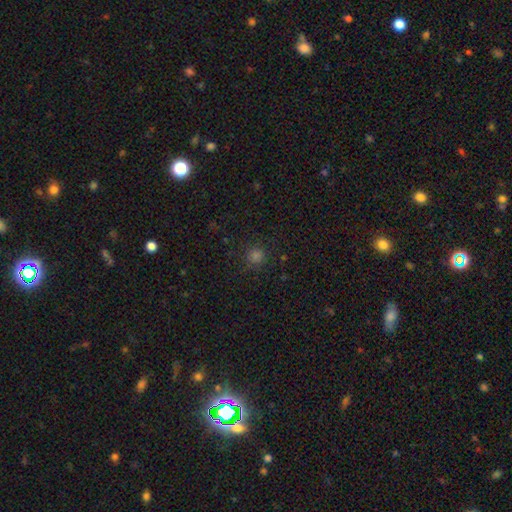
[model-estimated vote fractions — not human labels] smooth_or_featured: smooth (p=0.72) [alt: star or artifact p=0.24]
how_rounded: round (p=0.94) [alt: in between p=0.05]
merging: none (p=0.89) [alt: minor disturbance p=0.07]